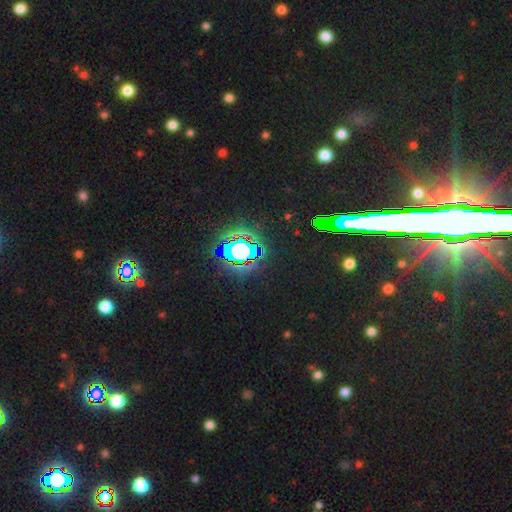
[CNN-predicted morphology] smooth_or_featured: star or artifact (p=0.75) [alt: featured or disk p=0.13]